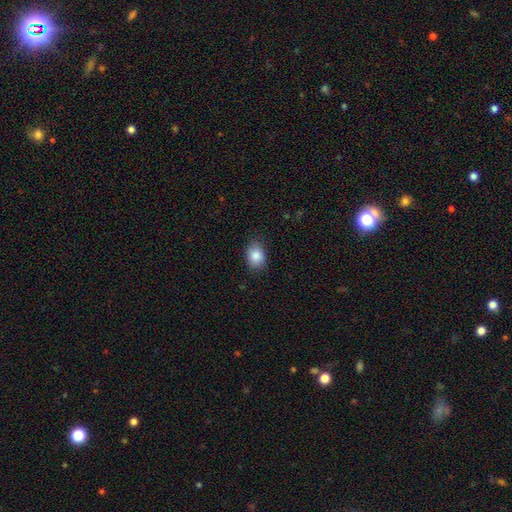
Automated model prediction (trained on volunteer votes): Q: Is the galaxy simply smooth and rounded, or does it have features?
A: smooth — 86%.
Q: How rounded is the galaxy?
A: in between — 71%.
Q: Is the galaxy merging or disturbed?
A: none — 81%.